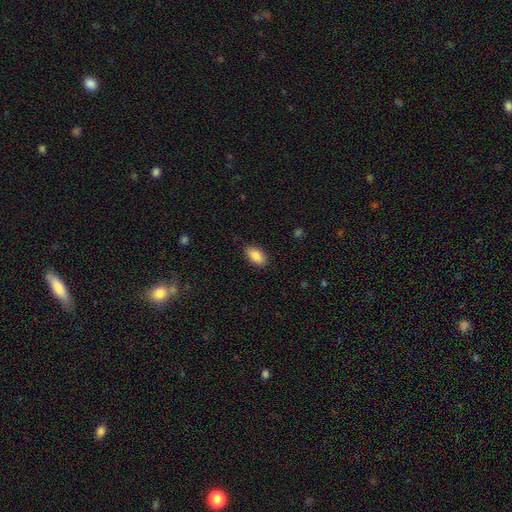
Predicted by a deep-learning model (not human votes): A smooth galaxy with no disk features (87%) that is in between round and cigar-shaped (92%).

Vote fractions:
- Smooth or featured? smooth: 87% / star or artifact: 7% / featured or disk: 6%
- How rounded? in between: 92% / cigar-shaped: 5% / round: 3%
- Merging? none: 87% / minor disturbance: 10% / major disturbance: 2% / merger: 1%